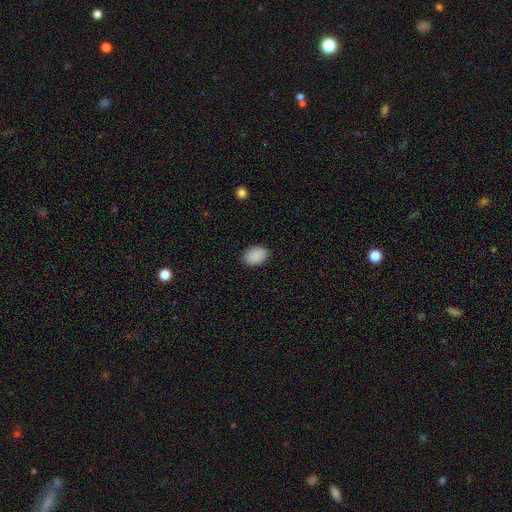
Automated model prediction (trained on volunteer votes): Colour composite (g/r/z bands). It shows a smooth galaxy with no disk features (89%) that is in between round and cigar-shaped (77%). Merging: none (86%).